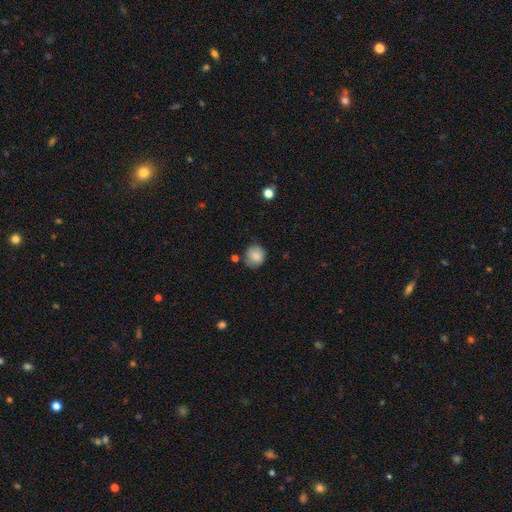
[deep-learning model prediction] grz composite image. It shows a smooth galaxy with no disk features (84%) that is round (82%). Merging: none (74%).